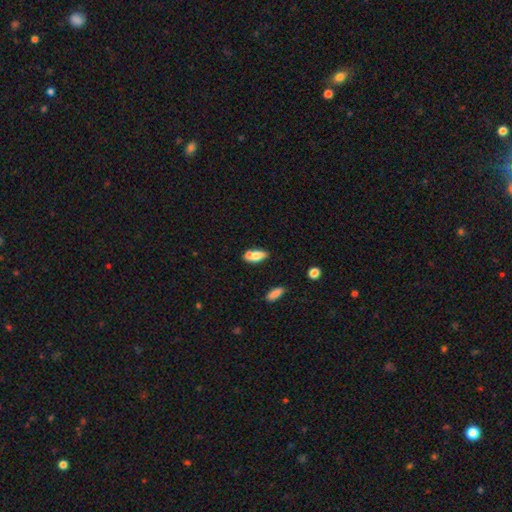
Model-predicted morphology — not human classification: This is likely a smooth galaxy (73%). How rounded: likely in between (78%). Merging: possibly none (50%).